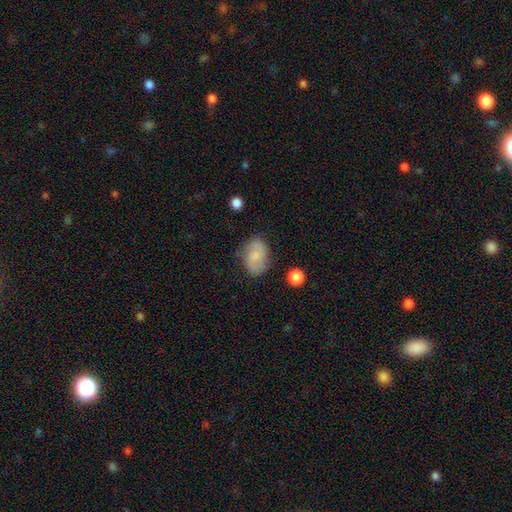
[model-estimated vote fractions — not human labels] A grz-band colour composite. It shows a featured or disk galaxy (47%). Merging: none (74%).